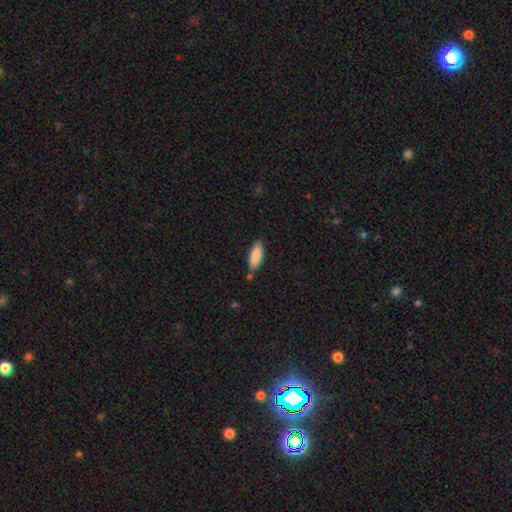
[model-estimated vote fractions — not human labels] smooth-or-featured: smooth: 88% | featured or disk: 6% | star or artifact: 6%
  how-rounded: in between: 72% | cigar-shaped: 26% | round: 2%
  merging: none: 77% | minor disturbance: 15% | merger: 5% | major disturbance: 3%